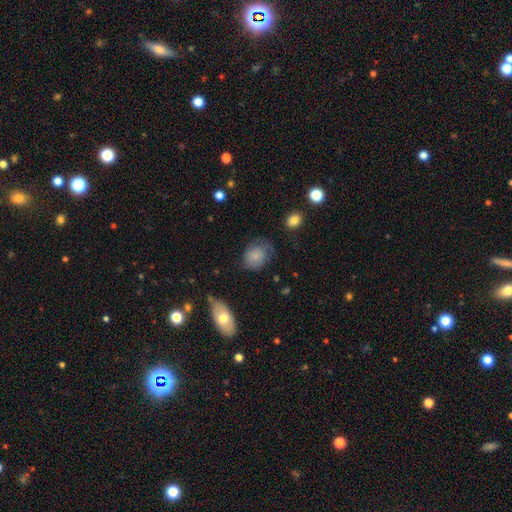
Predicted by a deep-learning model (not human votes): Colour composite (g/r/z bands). It shows a smooth galaxy with no disk features (77%) that is round (54%). Merging: none (56%).